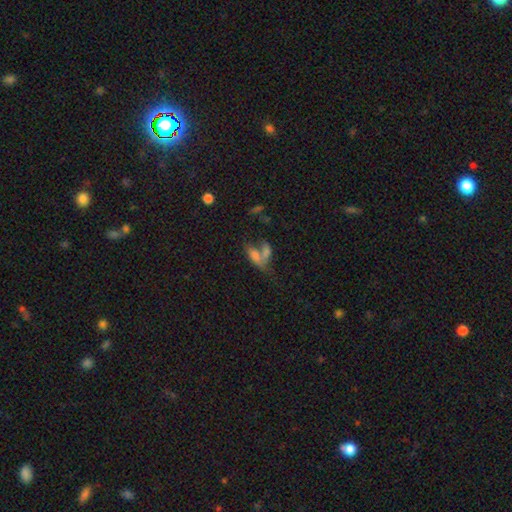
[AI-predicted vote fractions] The model was most divided on "merging": merger: 60%, none: 21%, major disturbance: 10%, minor disturbance: 9%. More confident: how rounded — in between (79%); smooth or featured — smooth (64%).